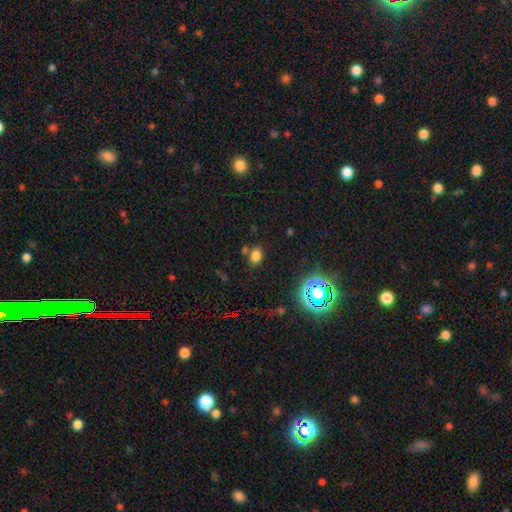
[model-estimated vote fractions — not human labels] The model was most divided on "how rounded": in between: 64%, round: 35%, cigar-shaped: 1%. More confident: smooth or featured — smooth (73%); merging — none (71%).